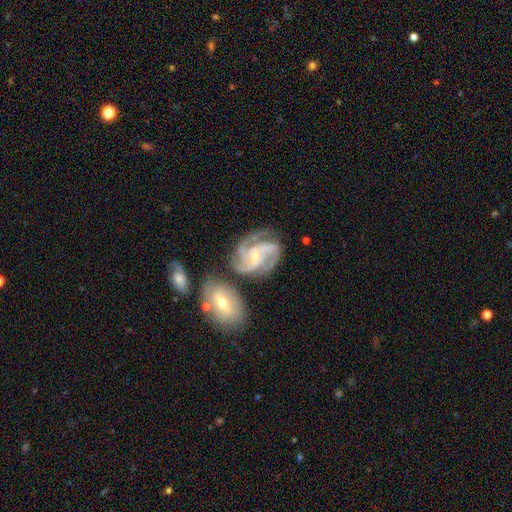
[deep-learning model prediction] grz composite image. It shows a featured or disk galaxy (91%) with no bar (53%), 3 (57%) medium (51%) spiral arms (98%) and a small central bulge (68%). Merging: none (61%).